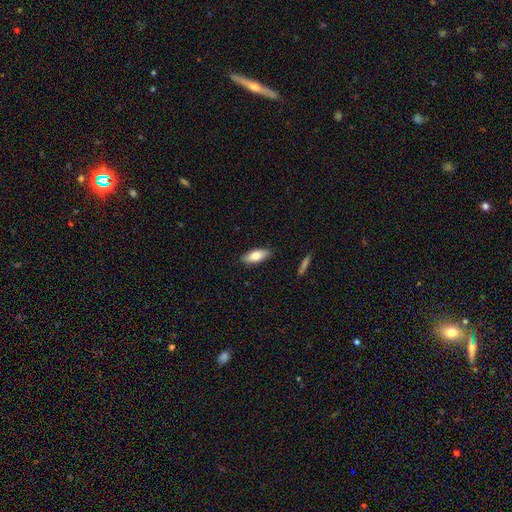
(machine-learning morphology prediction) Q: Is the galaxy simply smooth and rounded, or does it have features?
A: smooth — 79%.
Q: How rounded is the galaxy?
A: in between — 79%.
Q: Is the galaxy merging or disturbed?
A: none — 86%.